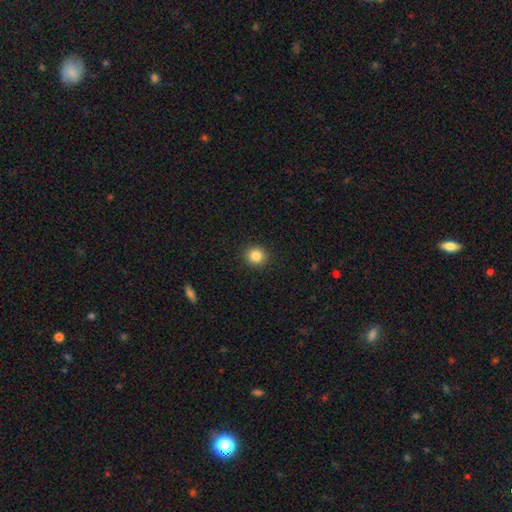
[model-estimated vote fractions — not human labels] smooth 85%, star or artifact 11%, featured or disk 5%. Down the decision tree: how rounded — round (91%); merging — none (92%).